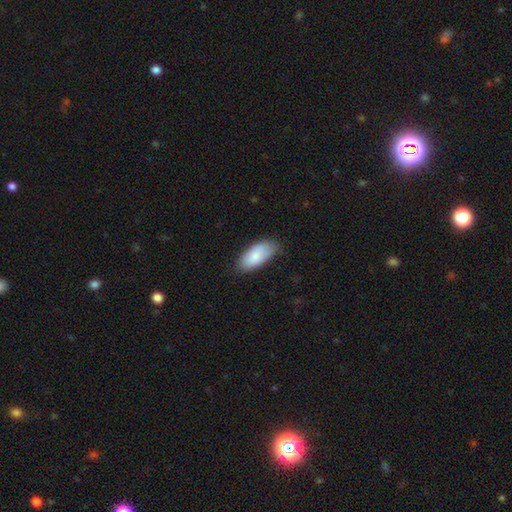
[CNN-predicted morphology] This appears to be a smooth galaxy with no disk features (81%) that is in between round and cigar-shaped (90%). Merging: none (74%).